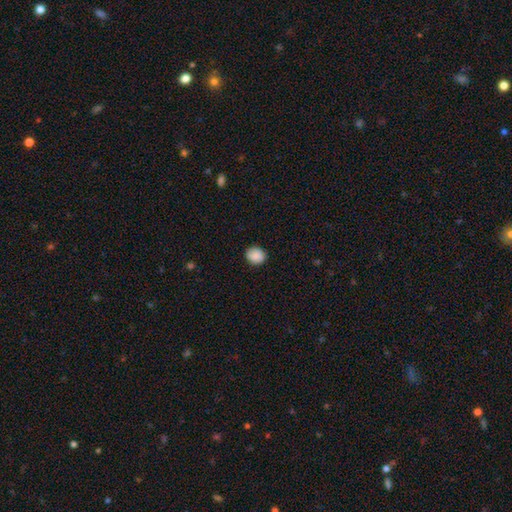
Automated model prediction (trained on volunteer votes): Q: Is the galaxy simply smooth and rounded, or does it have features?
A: smooth — 87%.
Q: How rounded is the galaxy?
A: round — 72%.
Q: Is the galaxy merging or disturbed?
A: none — 85%.